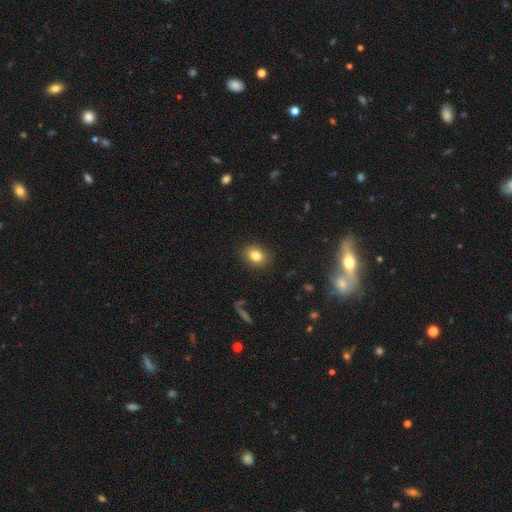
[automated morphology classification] The model was most divided on "how rounded": in between: 54%, round: 45%, cigar-shaped: 1%. More confident: merging — none (88%); smooth or featured — smooth (83%).